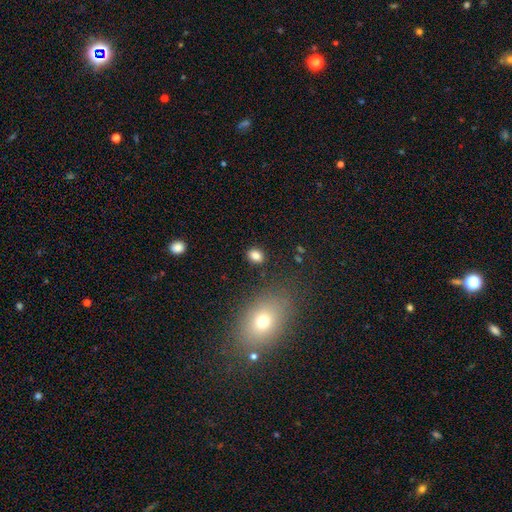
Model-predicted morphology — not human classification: A smooth galaxy with no disk features (83%) that is in between round and cigar-shaped (62%). Merging: none (86%).